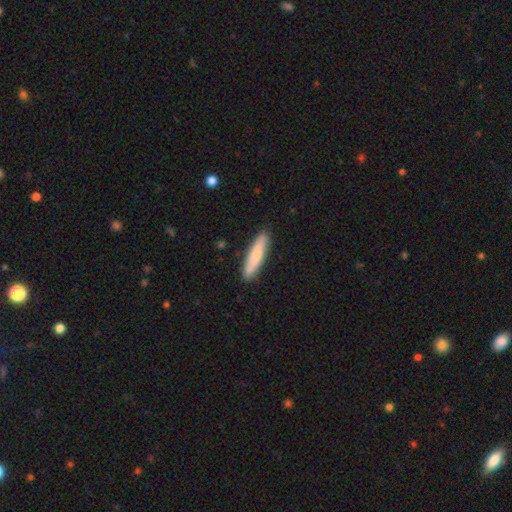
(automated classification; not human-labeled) Smooth or featured? Predicted: smooth (p=0.74). How rounded? Predicted: cigar-shaped (p=0.82). Merging? Predicted: none (p=0.88).